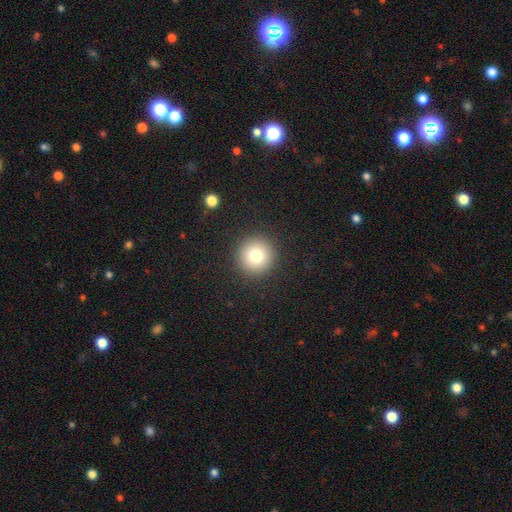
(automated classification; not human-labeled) This is likely a smooth galaxy (78%). How rounded: clearly round (95%). Merging: clearly none (92%).